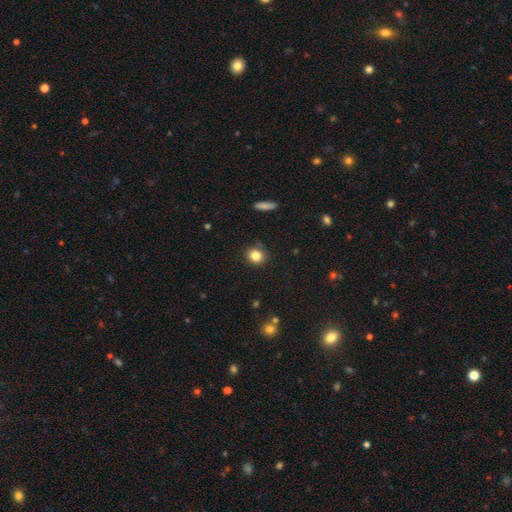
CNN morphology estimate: Overall: smooth (83%). How rounded: round (85%). Merging: none (88%).